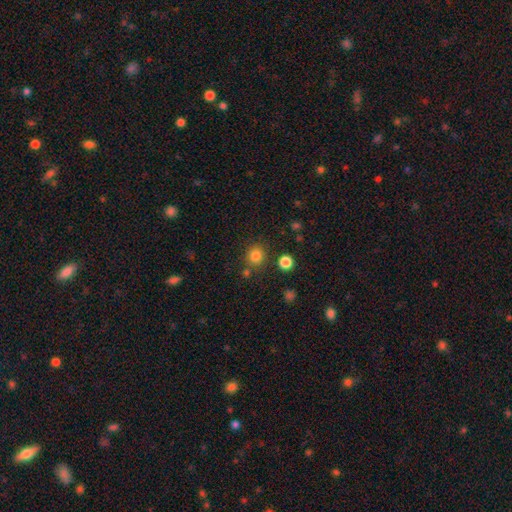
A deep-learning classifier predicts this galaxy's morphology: Smooth or featured?
  - smooth: 82% *
  - star or artifact: 13%
  - featured or disk: 5%
How rounded?
  - round: 89% *
  - in between: 10%
  - cigar-shaped: 1%
Merging?
  - none: 81% *
  - minor disturbance: 9%
  - merger: 7%
  - major disturbance: 3%